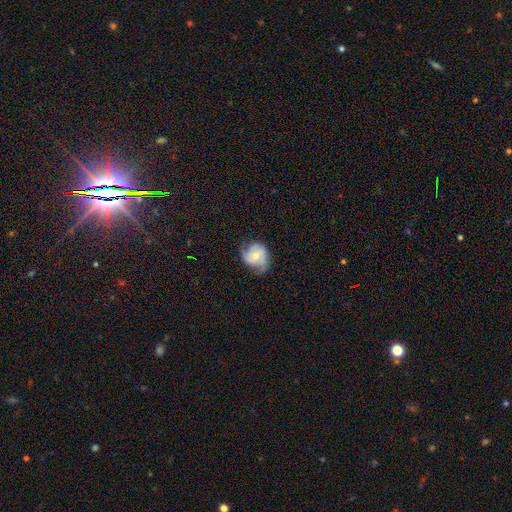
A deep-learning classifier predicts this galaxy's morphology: featured or disk 69%, smooth 25%, star or artifact 7%. Down the decision tree: edge-on disk — no (97%); bar — no (65%); spiral arms — yes (90%); spiral arm count — 2 (55%); spiral winding — medium (42%); bulge size — moderate (56%); merging — none (54%).